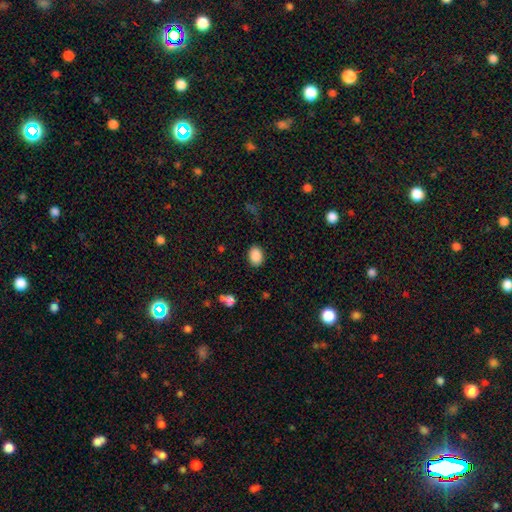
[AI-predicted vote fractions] Overall: smooth (88%). How rounded: in between (73%). Merging: none (87%).